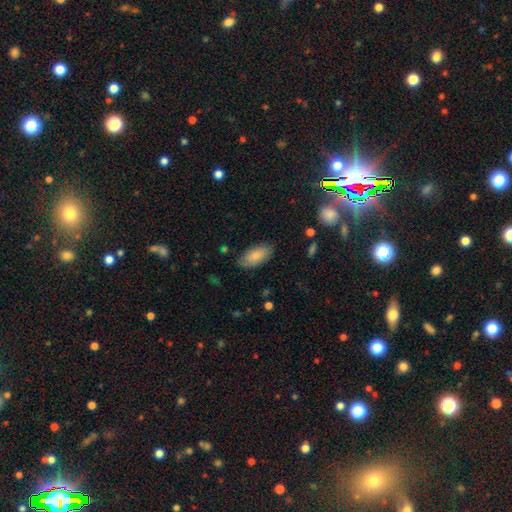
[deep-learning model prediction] Smooth or featured? smooth (79%)
How rounded? in between (93%)
Merging? none (77%)